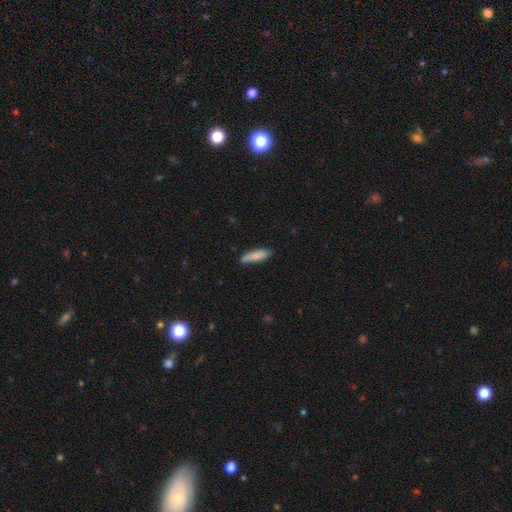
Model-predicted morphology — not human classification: Smooth or featured? smooth (82%)
How rounded? cigar-shaped (63%)
Merging? none (76%)